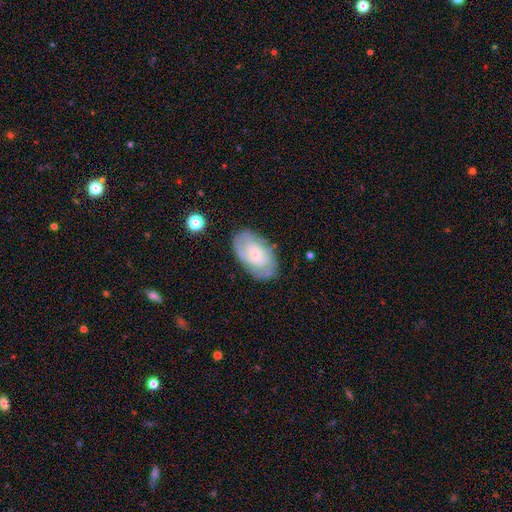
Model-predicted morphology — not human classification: Smooth or featured? featured or disk (54%)
Edge-on disk? no (95%)
Bar? no (69%)
Spiral arms? yes (76%)
Bulge size? small (62%)
Merging? none (74%)